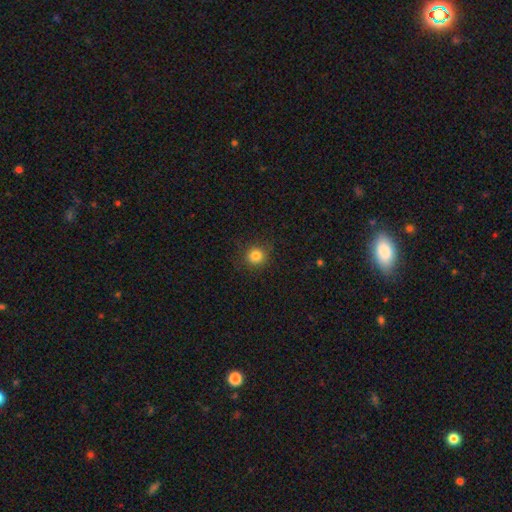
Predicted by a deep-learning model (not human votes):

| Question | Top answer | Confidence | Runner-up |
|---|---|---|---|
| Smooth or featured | smooth | 83% | star or artifact (13%) |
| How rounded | round | 92% | in between (7%) |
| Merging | none | 89% | minor disturbance (8%) |